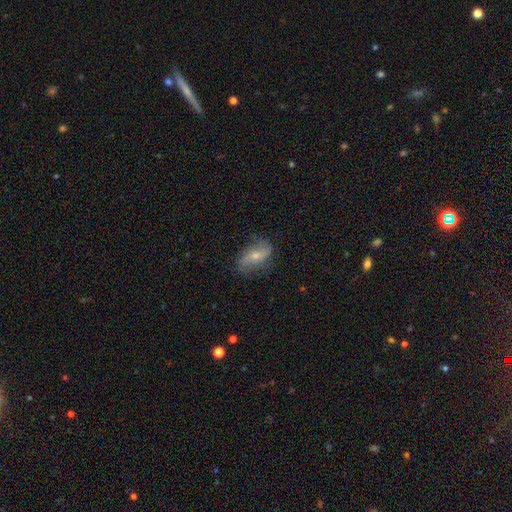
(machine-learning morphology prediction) The model was most divided on "bulge size": small: 53%, moderate: 43%, none: 2%, large: 2%, dominant: 1%. Remaining: edge-on disk — no (92%); spiral arm count — 2 (88%); spiral arms — yes (86%); merging — none (77%); smooth or featured — featured or disk (68%); spiral winding — loose (67%); bar — no (47%).